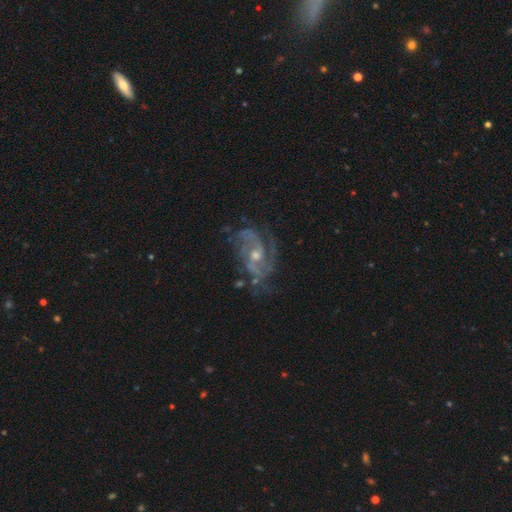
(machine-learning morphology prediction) Smooth or featured?
  - featured or disk: 88% *
  - star or artifact: 6%
  - smooth: 5%
Edge-on disk?
  - no: 97% *
  - yes: 3%
Bar?
  - no: 59% *
  - weak: 34%
  - strong: 7%
Spiral arms?
  - yes: 96% *
  - no: 4%
Spiral winding?
  - medium: 49% *
  - tight: 33%
  - loose: 18%
Spiral arm count?
  - 2: 52% *
  - 3: 20%
  - can't tell: 15%
  - 4: 5%
  - 1: 5%
  - more than 4: 4%
Bulge size?
  - moderate: 55% *
  - small: 40%
  - large: 2%
  - none: 2%
  - dominant: 1%
Merging?
  - none: 59% *
  - minor disturbance: 22%
  - major disturbance: 15%
  - merger: 3%